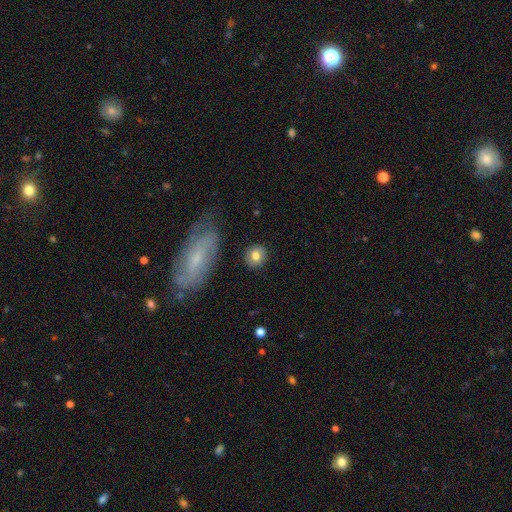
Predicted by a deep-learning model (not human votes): Morphology: type=smooth (77%); roundness=round (84%); merging=none (87%).